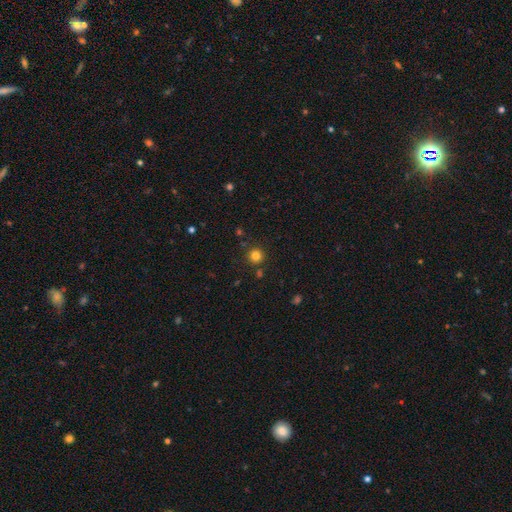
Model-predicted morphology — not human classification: A smooth galaxy with no disk features (81%) that is round (95%). Merging: none (87%).